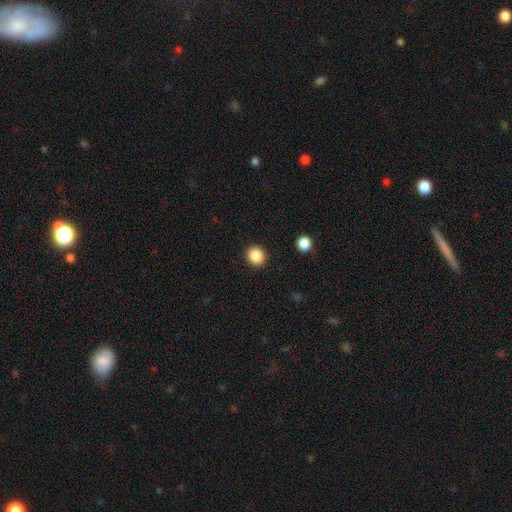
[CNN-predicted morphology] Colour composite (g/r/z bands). It shows a smooth galaxy with no disk features (87%) that is round (77%). Merging: none (91%).